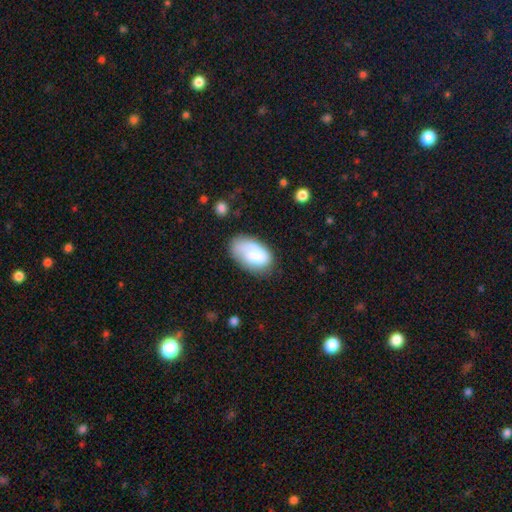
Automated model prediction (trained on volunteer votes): Smooth or featured? smooth (70%)
How rounded? in between (93%)
Merging? none (49%)